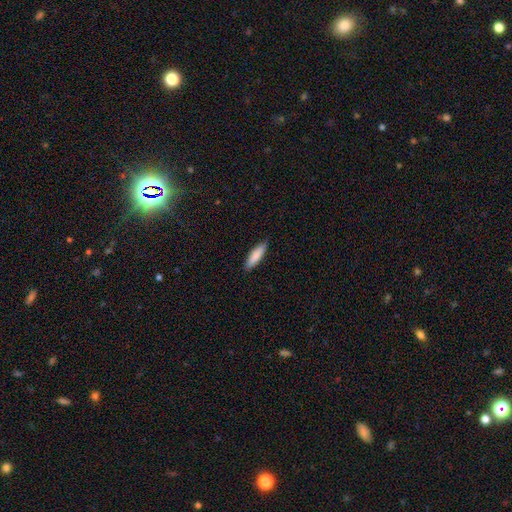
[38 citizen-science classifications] Q: Smooth or featured?
A: smooth (87%); runner-up: featured or disk (11%)
Q: How rounded?
A: cigar-shaped (73%); runner-up: in between (27%)
Q: Merging?
A: none (86%); runner-up: minor disturbance (8%)